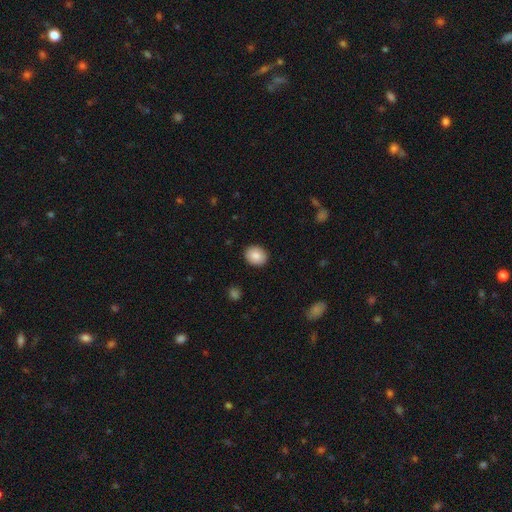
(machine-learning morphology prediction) Overall: smooth (86%). How rounded: round (62%; in between 37%). Merging: none (90%).